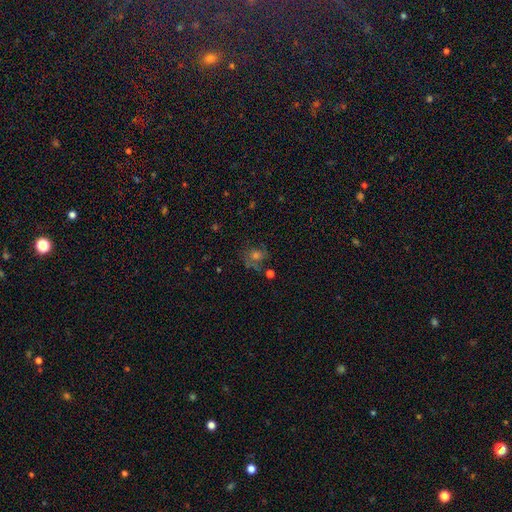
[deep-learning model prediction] Smooth or featured? Predicted: smooth (p=0.41). Merging? Predicted: none (p=0.61).